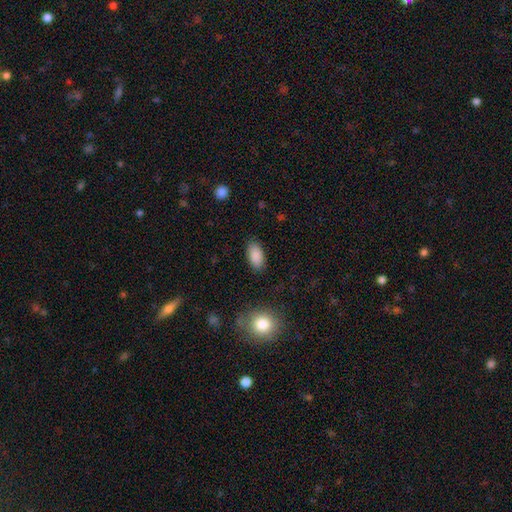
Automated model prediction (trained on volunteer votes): Morphology: type=smooth (89%); roundness=in between (93%); merging=none (86%).